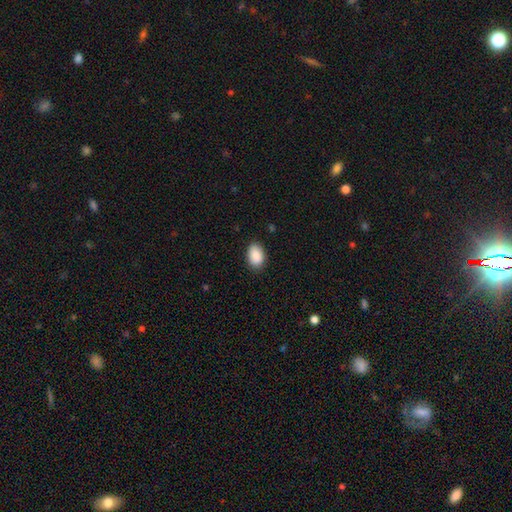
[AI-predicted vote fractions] Overall: smooth (90%). How rounded: in between (88%). Merging: none (86%).